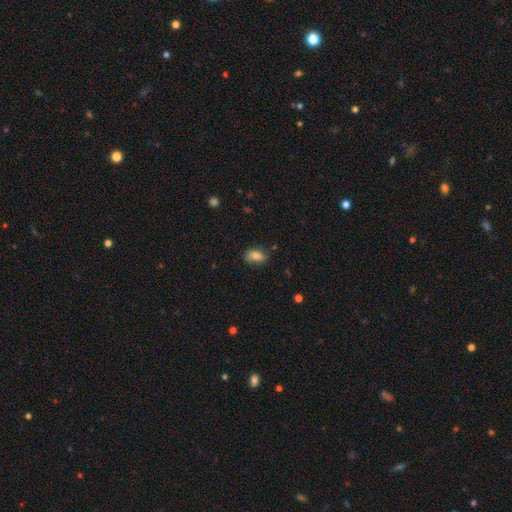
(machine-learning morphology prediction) smooth_or_featured: smooth (p=0.74) [alt: featured or disk p=0.17]
how_rounded: in between (p=0.85) [alt: round p=0.12]
merging: none (p=0.71) [alt: minor disturbance p=0.22]